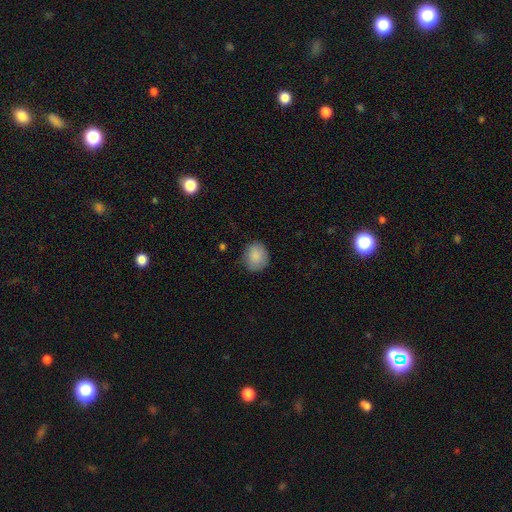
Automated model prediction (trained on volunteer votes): This is clearly a smooth galaxy (87%). How rounded: likely round (75%). Merging: clearly none (81%).